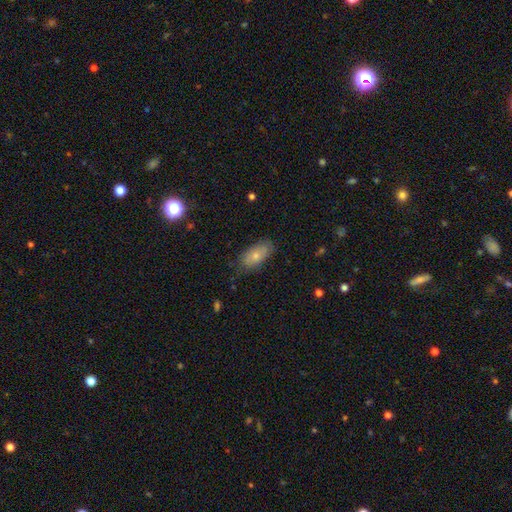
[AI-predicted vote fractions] Smooth or featured?
  - smooth: 75% *
  - featured or disk: 18%
  - star or artifact: 7%
How rounded?
  - in between: 89% *
  - cigar-shaped: 7%
  - round: 4%
Merging?
  - none: 77% *
  - minor disturbance: 17%
  - major disturbance: 4%
  - merger: 1%